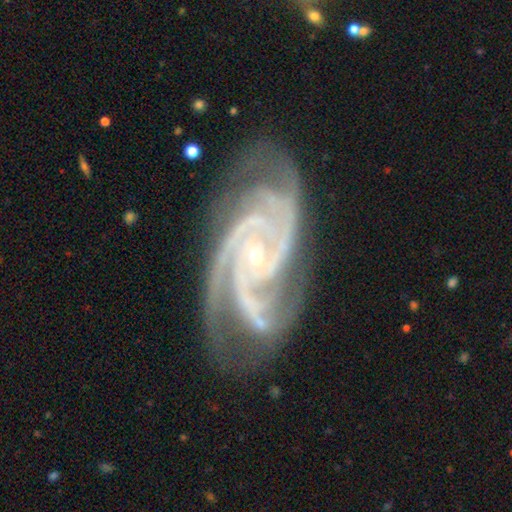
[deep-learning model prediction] Morphology: type=featured or disk (93%); edge-on=no (97%); bar=no (64%); spiral arms=yes (99%); winding=tight (60%); arm count=3 (46%); bulge=small (84%); merging=none (69%).